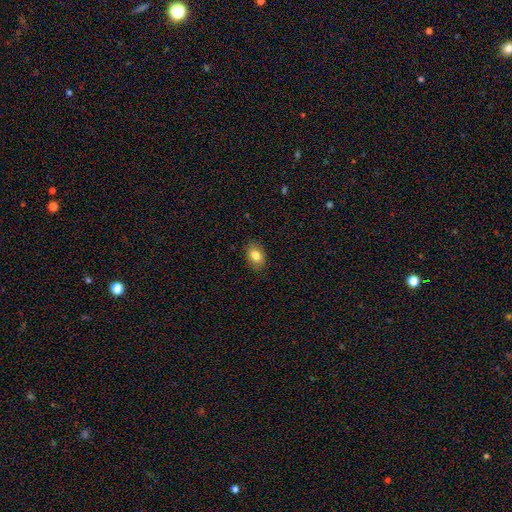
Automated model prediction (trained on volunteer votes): smooth 82%, featured or disk 9%, star or artifact 9%. Down the decision tree: how rounded — in between (79%); merging — none (86%).